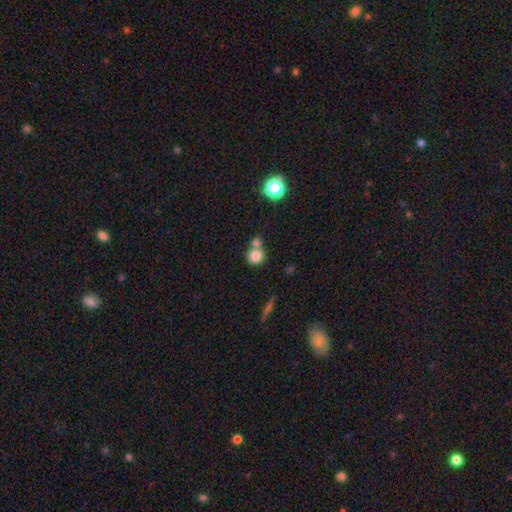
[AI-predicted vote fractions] The model was most divided on "merging": none: 49%, merger: 39%, minor disturbance: 8%, major disturbance: 3%. More confident: how rounded — round (87%); smooth or featured — smooth (80%).